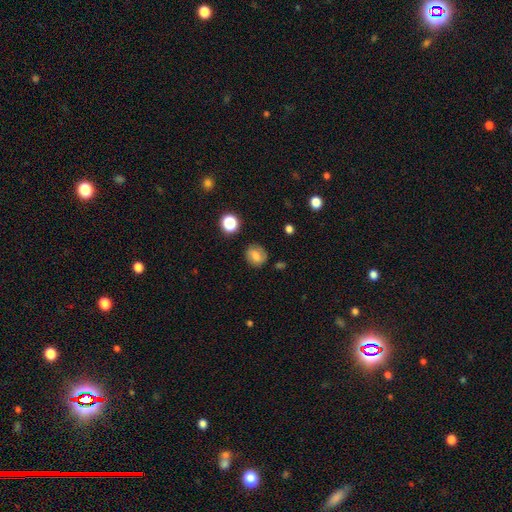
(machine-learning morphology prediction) Overall: smooth (69%). How rounded: round (67%; in between 32%). Merging: none (80%).